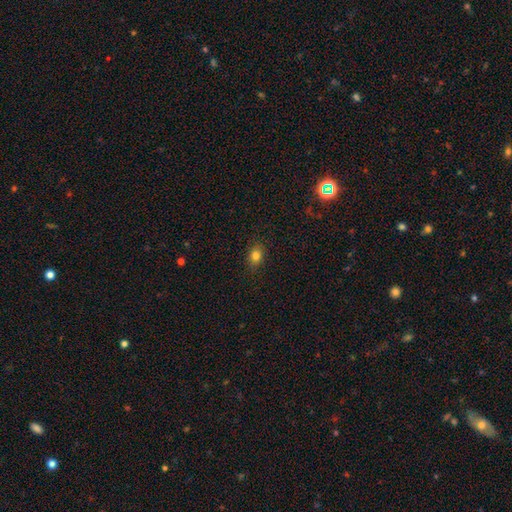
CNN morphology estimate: Smooth or featured? Predicted: smooth (p=0.81). How rounded? Predicted: in between (p=0.57). Merging? Predicted: none (p=0.87).